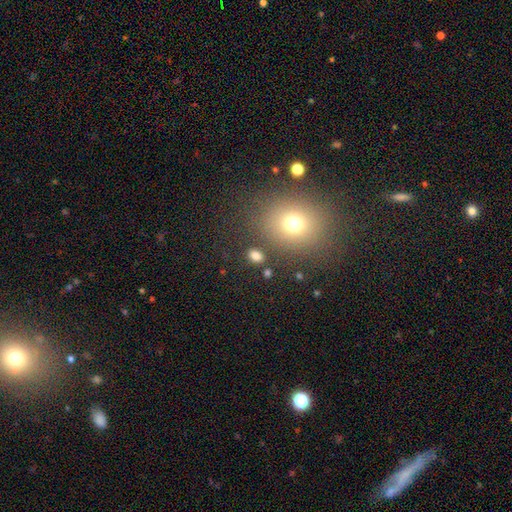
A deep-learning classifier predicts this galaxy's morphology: This is likely a smooth galaxy (79%). How rounded: likely in between (68%). Merging: clearly none (81%).